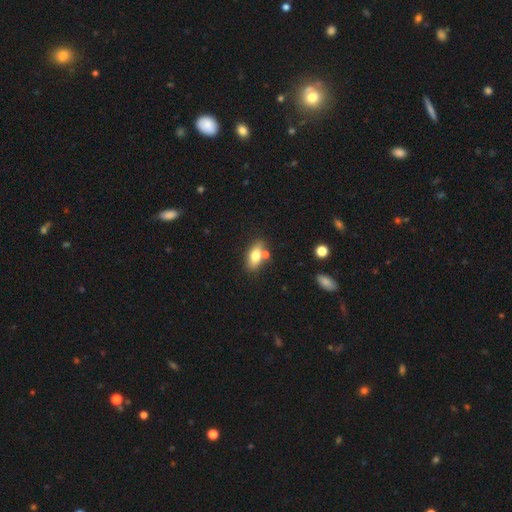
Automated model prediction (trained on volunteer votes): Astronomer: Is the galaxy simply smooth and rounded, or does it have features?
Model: smooth — 72%.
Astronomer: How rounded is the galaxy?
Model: in between — 82%.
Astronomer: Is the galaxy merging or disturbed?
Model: none — 66%.